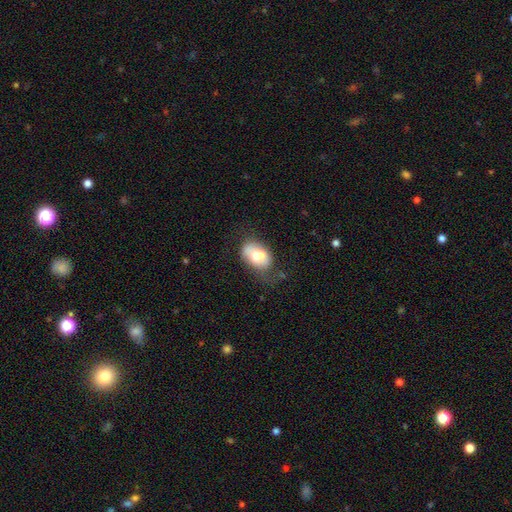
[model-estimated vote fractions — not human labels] smooth 58%, featured or disk 34%, star or artifact 8%. Down the decision tree: how rounded — in between (75%); merging — merger (35%).